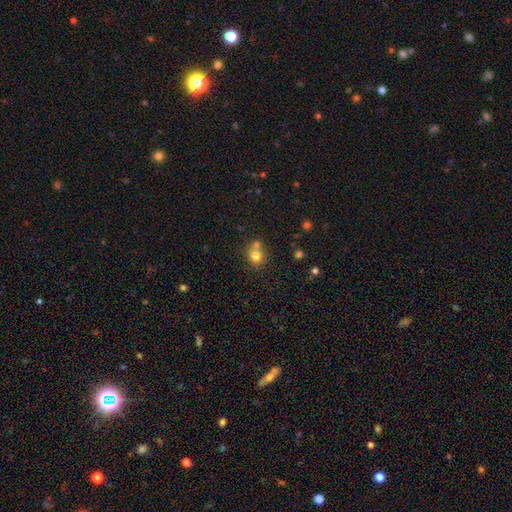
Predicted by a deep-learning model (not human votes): smooth-or-featured: smooth: 77% | star or artifact: 13% | featured or disk: 10%
  how-rounded: round: 83% | in between: 16% | cigar-shaped: 1%
  merging: none: 55% | merger: 32% | minor disturbance: 9% | major disturbance: 3%